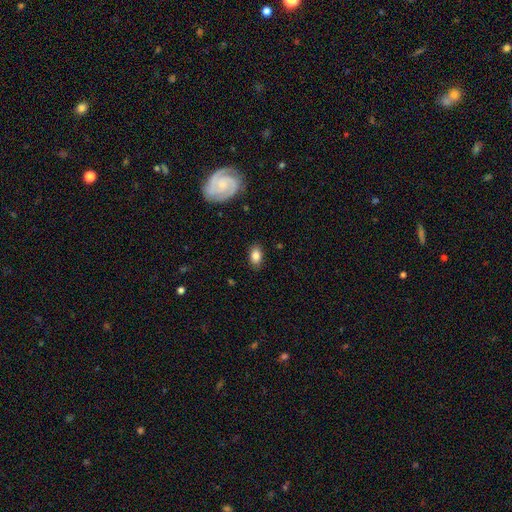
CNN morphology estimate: A smooth galaxy with no disk features (83%) that is in between round and cigar-shaped (88%). Merging: none (85%).